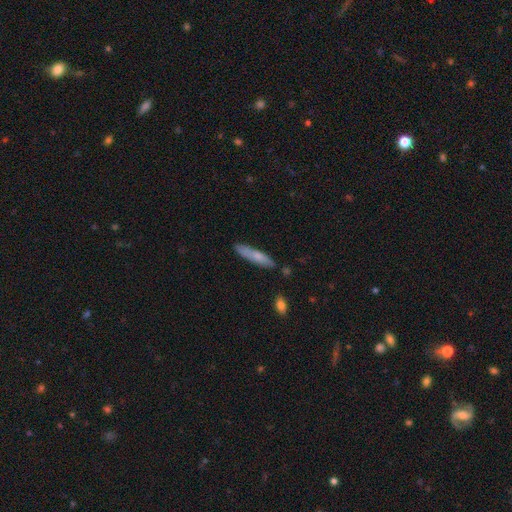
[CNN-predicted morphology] A smooth galaxy with no disk features (70%) that is cigar-shaped (86%).

Vote fractions:
- Smooth or featured? smooth: 70% / featured or disk: 24% / star or artifact: 6%
- How rounded? cigar-shaped: 86% / in between: 13% / round: 1%
- Merging? none: 79% / minor disturbance: 15% / merger: 4% / major disturbance: 3%